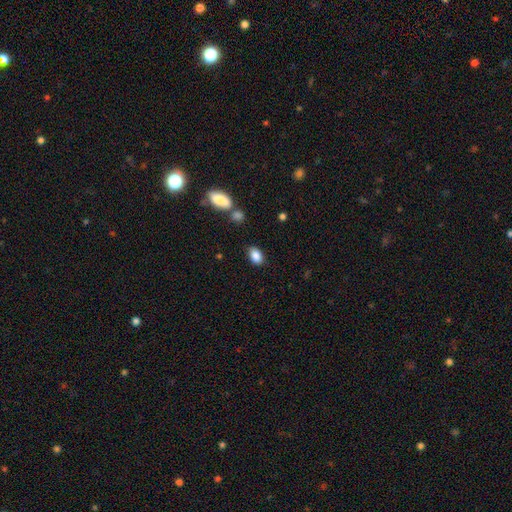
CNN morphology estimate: smooth 87%, star or artifact 8%, featured or disk 5%. Down the decision tree: how rounded — in between (86%); merging — none (81%).